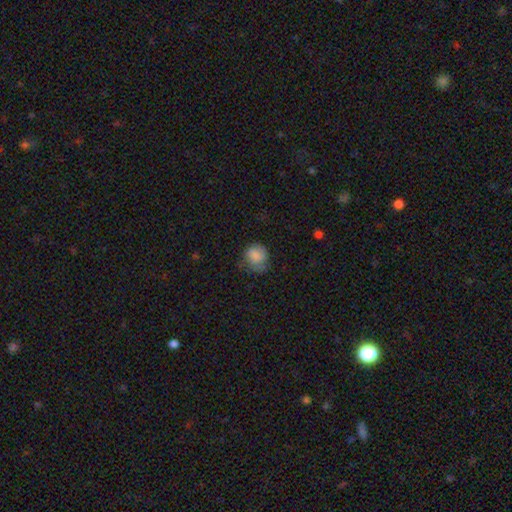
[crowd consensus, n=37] smooth-or-featured: smooth: 81% | featured or disk: 14% | star or artifact: 5%
  how-rounded: round: 87% | in between: 13% | cigar-shaped: 0%
  merging: none: 46% | minor disturbance: 40% | major disturbance: 11% | merger: 3%